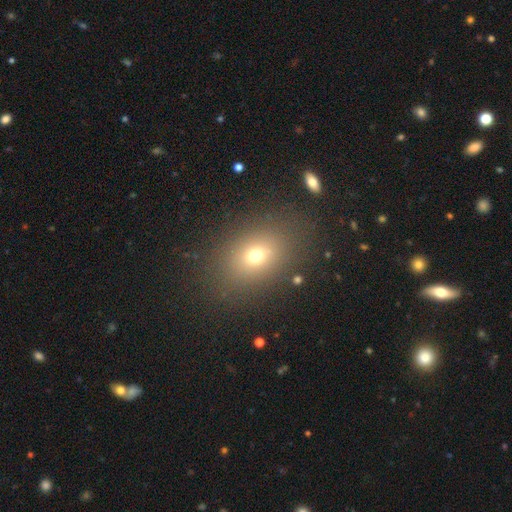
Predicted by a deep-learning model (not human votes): Smooth or featured? Predicted: smooth (p=0.69). How rounded? Predicted: in between (p=0.66). Merging? Predicted: none (p=0.83).